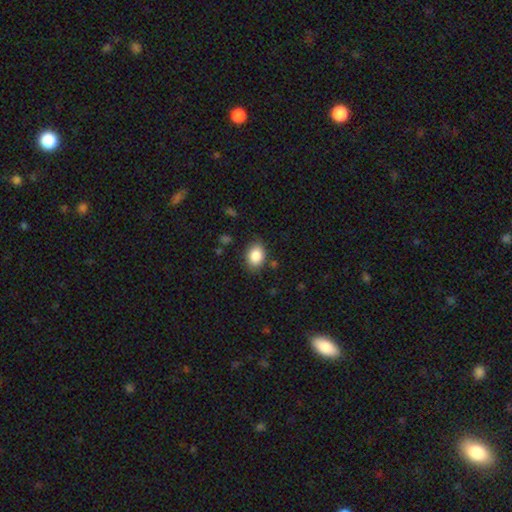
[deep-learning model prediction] Morphology: type=smooth (86%); roundness=in between (69%); merging=none (82%).